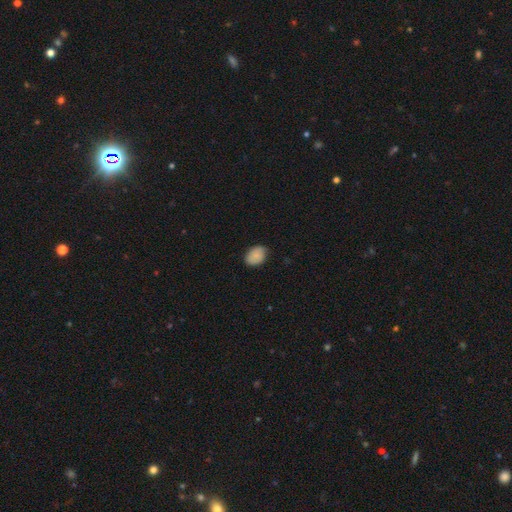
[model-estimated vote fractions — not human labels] Smooth or featured: smooth — 84% (featured or disk — 8%)
How rounded: in between — 79% (round — 20%)
Merging: none — 74% (minor disturbance — 21%)